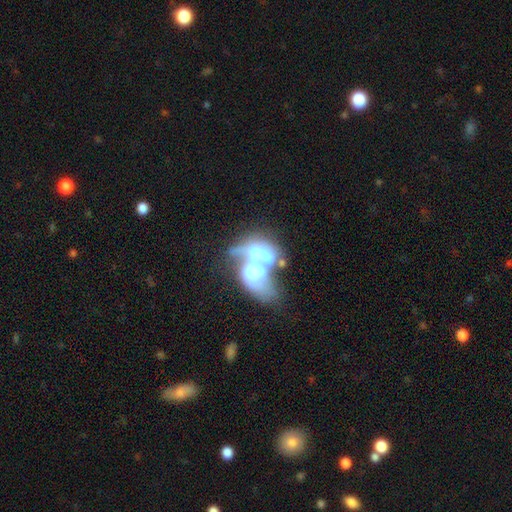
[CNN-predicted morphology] smooth_or_featured: featured or disk (p=0.53) [alt: smooth p=0.32]
disk_edge_on: no (p=0.95) [alt: yes p=0.05]
bar: no (p=0.88) [alt: weak p=0.07]
has_spiral_arms: no (p=0.93) [alt: yes p=0.07]
bulge_size: large (p=0.33) [alt: none p=0.25]
merging: merger (p=0.69) [alt: major disturbance p=0.17]